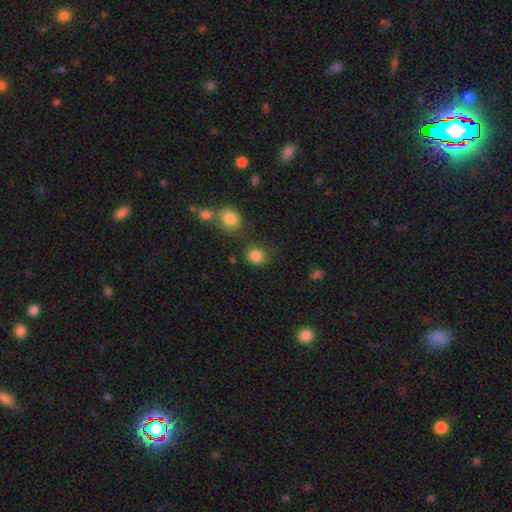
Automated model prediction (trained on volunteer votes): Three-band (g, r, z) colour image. It shows a smooth galaxy with no disk features (84%) that is round (79%). Merging: none (71%).